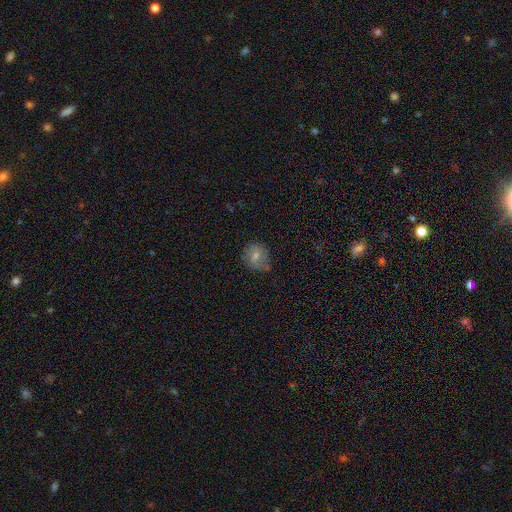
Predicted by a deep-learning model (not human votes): Morphology: type=smooth (59%); roundness=round (71%); merging=none (67%).